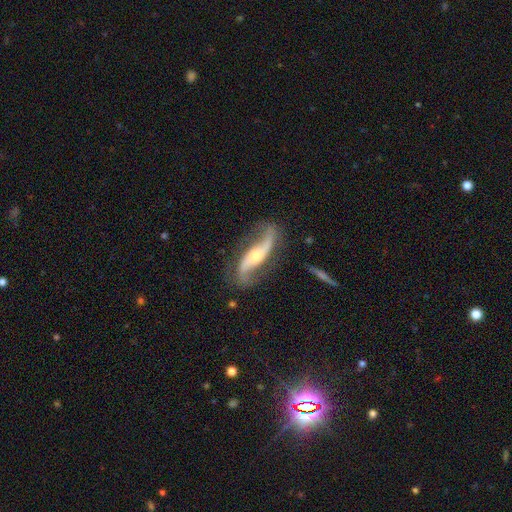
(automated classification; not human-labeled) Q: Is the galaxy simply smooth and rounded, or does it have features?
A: featured or disk — 88%.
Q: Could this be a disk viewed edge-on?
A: no — 88%.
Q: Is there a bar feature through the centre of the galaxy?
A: no — 41%.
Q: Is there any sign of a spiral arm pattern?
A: yes — 96%.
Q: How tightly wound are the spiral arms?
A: loose — 78%.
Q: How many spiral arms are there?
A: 2 — 93%.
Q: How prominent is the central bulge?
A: moderate — 57%.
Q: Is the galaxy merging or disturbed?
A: none — 77%.